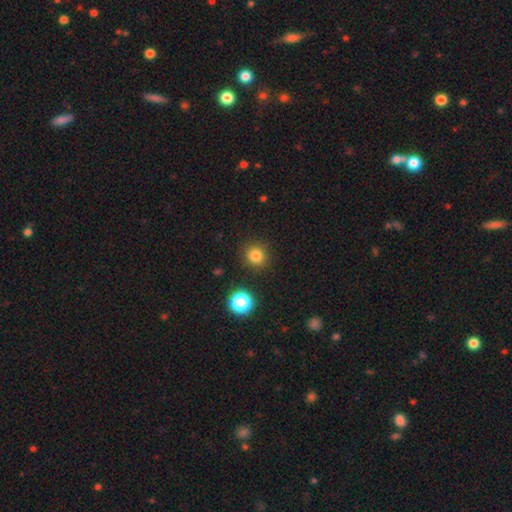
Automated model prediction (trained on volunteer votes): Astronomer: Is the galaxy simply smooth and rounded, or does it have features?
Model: smooth — 81%.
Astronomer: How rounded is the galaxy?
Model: round — 89%.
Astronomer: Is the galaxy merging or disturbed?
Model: none — 89%.